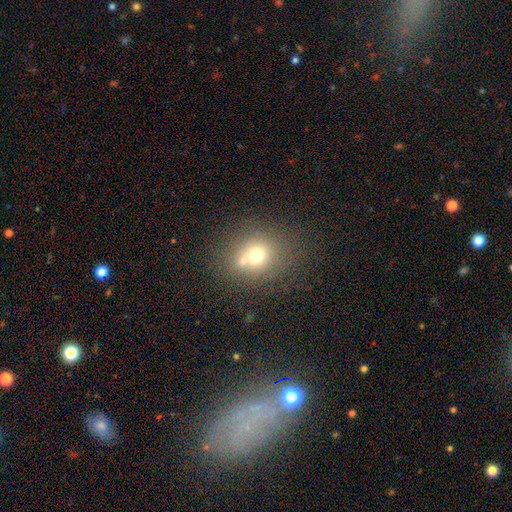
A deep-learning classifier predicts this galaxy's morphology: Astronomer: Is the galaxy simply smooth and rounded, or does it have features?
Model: smooth — 67%.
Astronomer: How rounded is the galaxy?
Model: round — 73%.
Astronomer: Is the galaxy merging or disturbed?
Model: none — 54%.